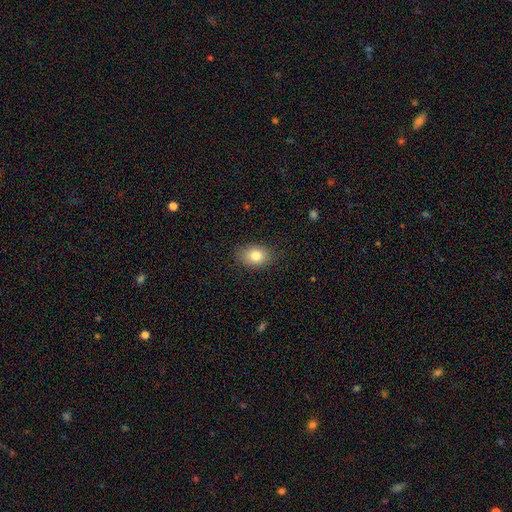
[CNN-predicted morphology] smooth-or-featured: smooth: 81% | featured or disk: 10% | star or artifact: 9%
  how-rounded: in between: 75% | round: 24% | cigar-shaped: 1%
  merging: none: 84% | minor disturbance: 12% | major disturbance: 3% | merger: 1%